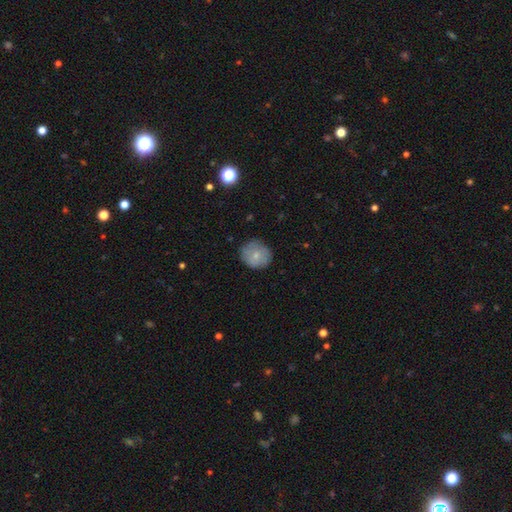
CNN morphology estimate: Overall: smooth (72%). How rounded: round (88%). Merging: none (79%).